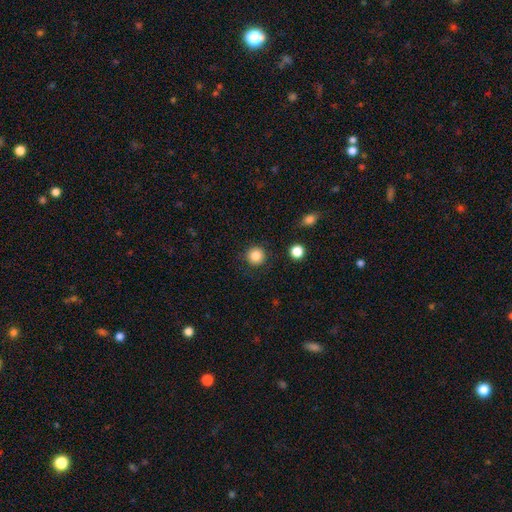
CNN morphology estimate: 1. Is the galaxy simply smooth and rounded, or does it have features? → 85% smooth, 10% star or artifact, 5% featured or disk.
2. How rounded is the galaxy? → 95% round, 4% in between, 1% cigar-shaped.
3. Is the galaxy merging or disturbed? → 90% none, 6% minor disturbance, 2% major disturbance, 1% merger.